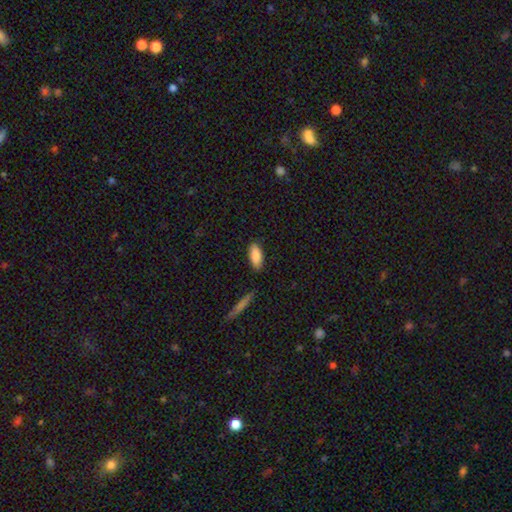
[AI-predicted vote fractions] smooth_or_featured: smooth (p=0.87) [alt: featured or disk p=0.07]
how_rounded: in between (p=0.84) [alt: cigar-shaped p=0.14]
merging: none (p=0.84) [alt: minor disturbance p=0.11]